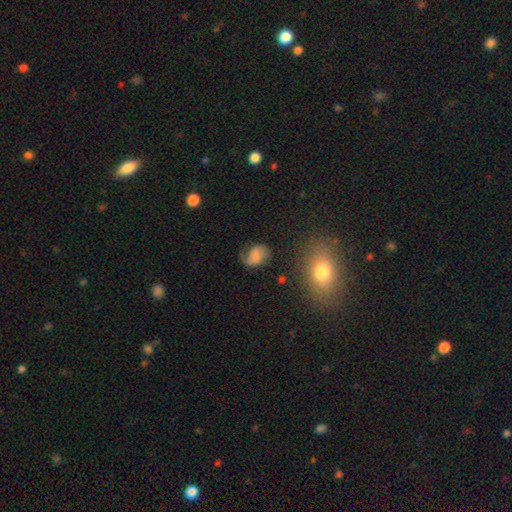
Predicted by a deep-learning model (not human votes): Q: Smooth or featured?
A: smooth (55%); runner-up: featured or disk (34%)
Q: How rounded?
A: in between (69%); runner-up: round (30%)
Q: Merging?
A: none (54%); runner-up: minor disturbance (28%)